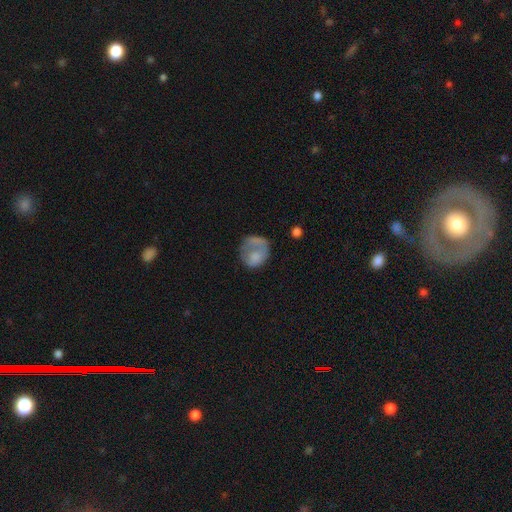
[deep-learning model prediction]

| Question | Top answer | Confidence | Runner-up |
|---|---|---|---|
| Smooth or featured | smooth | 62% | featured or disk (30%) |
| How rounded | round | 69% | in between (30%) |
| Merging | none | 39% | major disturbance (33%) |